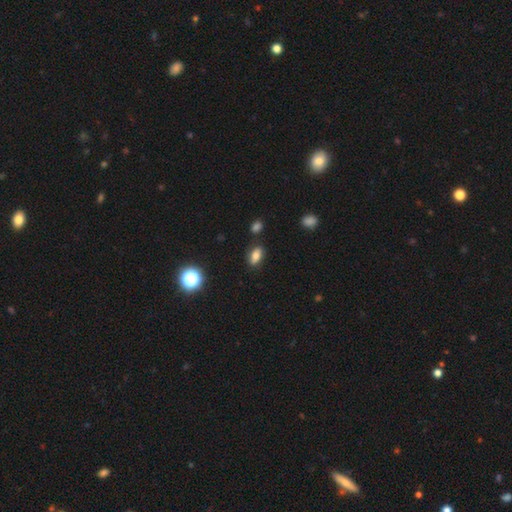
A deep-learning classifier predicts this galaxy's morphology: type=smooth (75%); roundness=in between (84%); merging=none (79%).